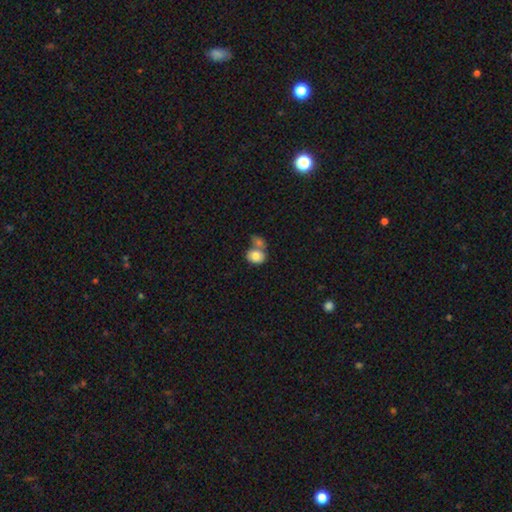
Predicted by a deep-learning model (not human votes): The model was most divided on "how rounded": round: 52%, in between: 47%, cigar-shaped: 1%. More confident: smooth or featured — smooth (80%); merging — merger (52%).